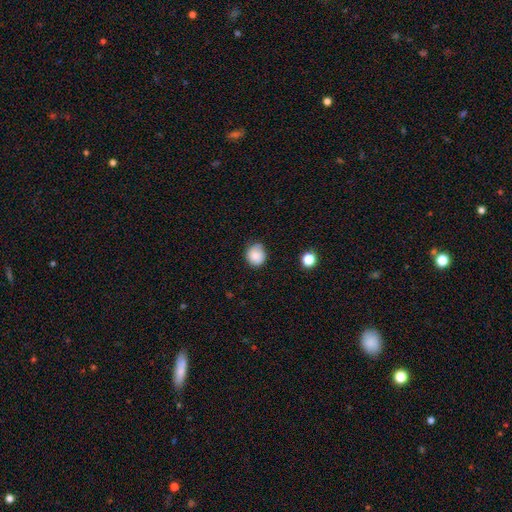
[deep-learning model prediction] smooth-or-featured: smooth: 80% | featured or disk: 11% | star or artifact: 9%
  how-rounded: round: 80% | in between: 20% | cigar-shaped: 1%
  merging: none: 67% | minor disturbance: 26% | major disturbance: 5% | merger: 2%